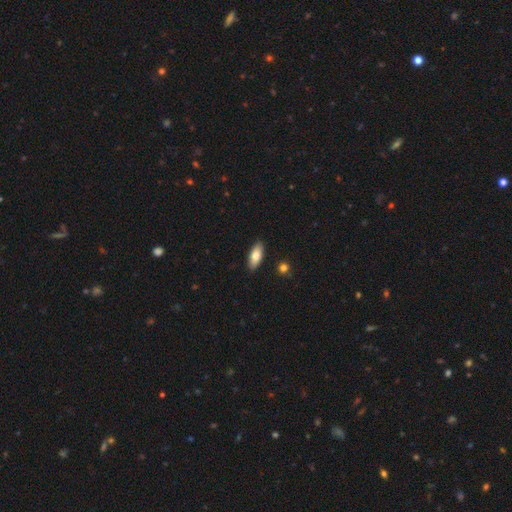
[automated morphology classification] Smooth or featured? Predicted: smooth (p=0.78). How rounded? Predicted: in between (p=0.81). Merging? Predicted: none (p=0.89).